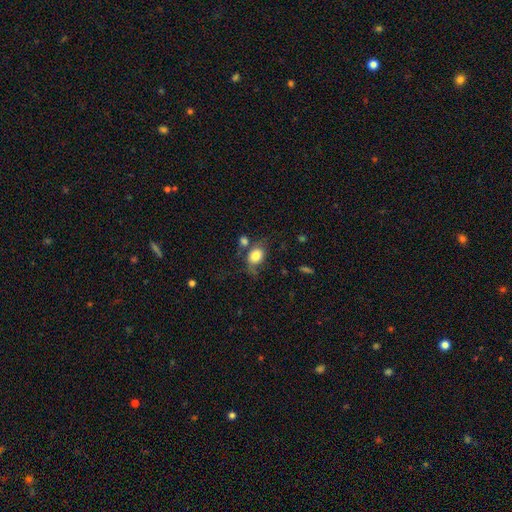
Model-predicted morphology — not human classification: This is likely a smooth galaxy (78%). How rounded: likely in between (66%). Merging: possibly none (49%).